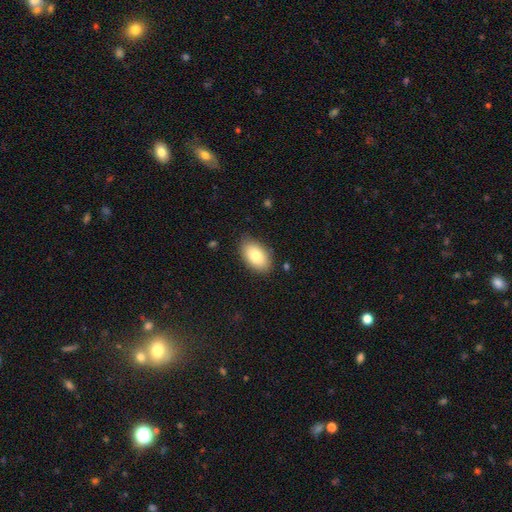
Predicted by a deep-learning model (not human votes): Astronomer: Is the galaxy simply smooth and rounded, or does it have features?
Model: smooth — 81%.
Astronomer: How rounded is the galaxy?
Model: in between — 93%.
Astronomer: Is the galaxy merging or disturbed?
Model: none — 83%.